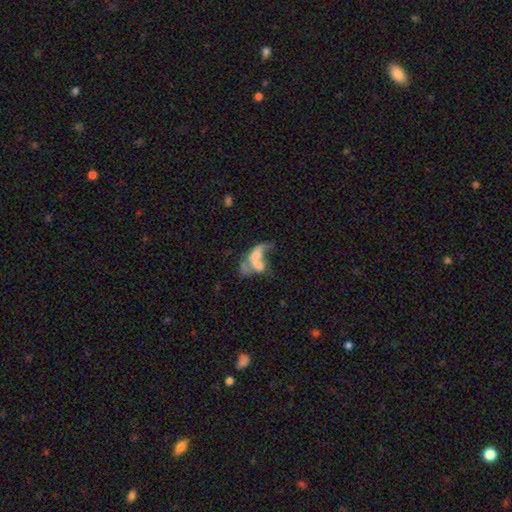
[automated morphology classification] The model was most divided on "smooth or featured": featured or disk: 52%, smooth: 36%, star or artifact: 12%. More confident: edge-on disk — no (94%); merging — merger (60%).